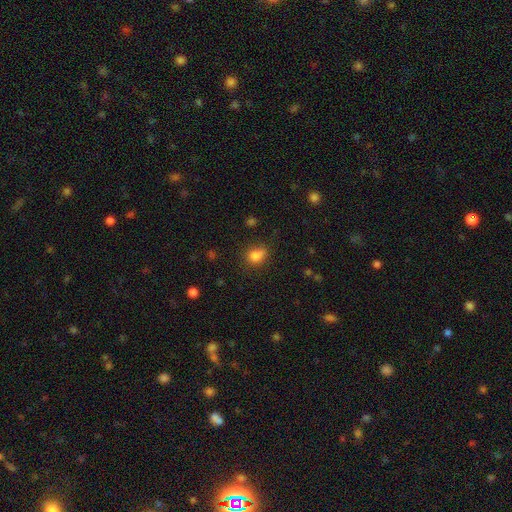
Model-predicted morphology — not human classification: This is likely a smooth galaxy (80%). How rounded: possibly in between (54%). Merging: possibly none (53%).